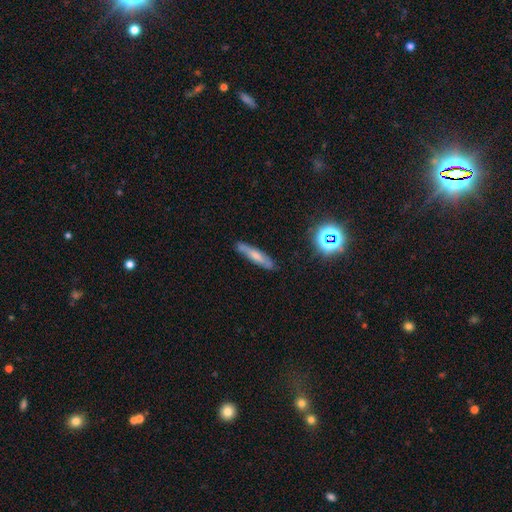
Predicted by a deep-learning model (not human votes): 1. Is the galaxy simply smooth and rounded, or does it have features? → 51% smooth, 37% featured or disk, 12% star or artifact.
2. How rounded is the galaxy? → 84% cigar-shaped, 14% in between, 2% round.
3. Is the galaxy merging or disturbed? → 80% none, 15% minor disturbance, 3% major disturbance, 2% merger.